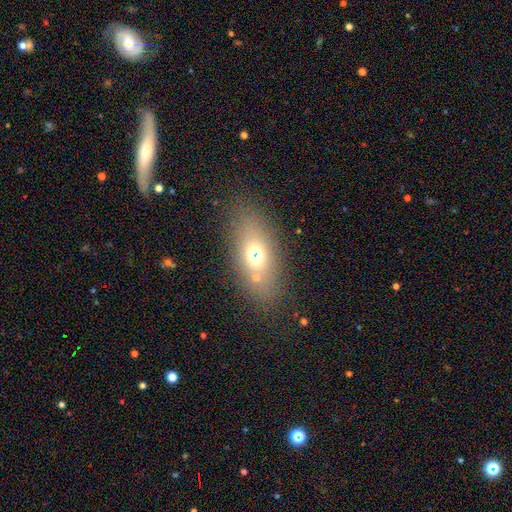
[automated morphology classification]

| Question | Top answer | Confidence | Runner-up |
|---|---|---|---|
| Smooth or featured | smooth | 61% | featured or disk (21%) |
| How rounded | in between | 76% | round (16%) |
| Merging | none | 78% | minor disturbance (10%) |